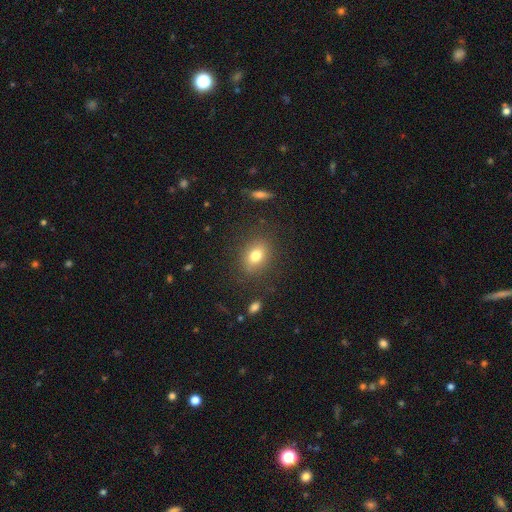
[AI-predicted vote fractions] This appears to be a smooth galaxy with no disk features (77%) that is in between round and cigar-shaped (61%). Merging: none (83%).